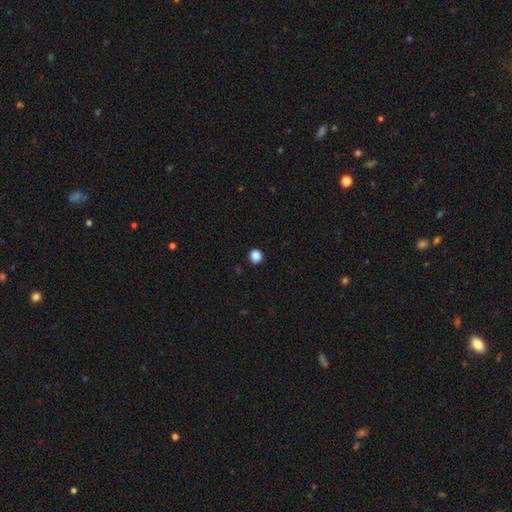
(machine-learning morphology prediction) Smooth or featured?
  - smooth: 86% *
  - star or artifact: 11%
  - featured or disk: 3%
How rounded?
  - round: 92% *
  - in between: 7%
  - cigar-shaped: 1%
Merging?
  - none: 92% *
  - minor disturbance: 5%
  - major disturbance: 2%
  - merger: 1%